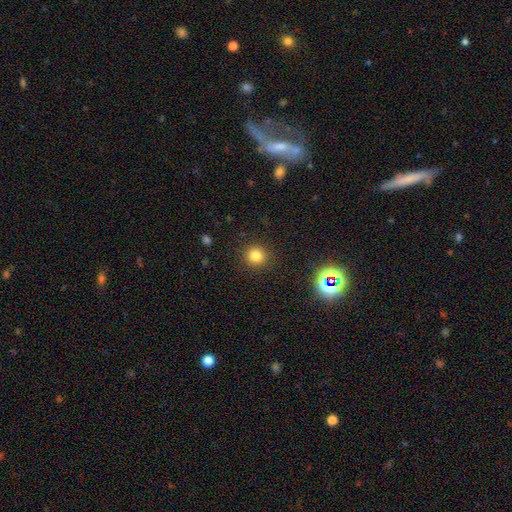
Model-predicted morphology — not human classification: This appears to be a smooth galaxy with no disk features (79%) that is round (92%). Merging: none (91%).